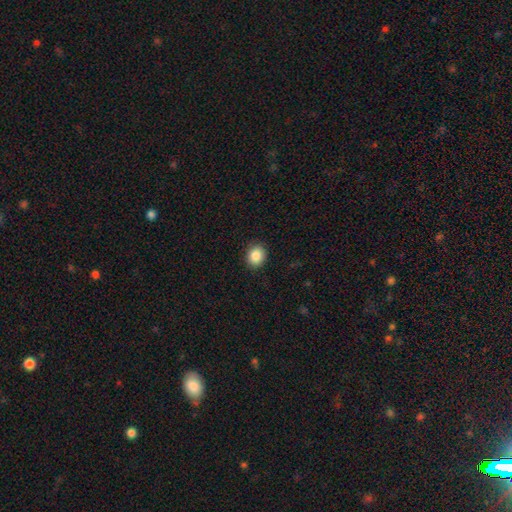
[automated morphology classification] This is clearly a smooth galaxy (87%). How rounded: likely round (63%). Merging: clearly none (89%).